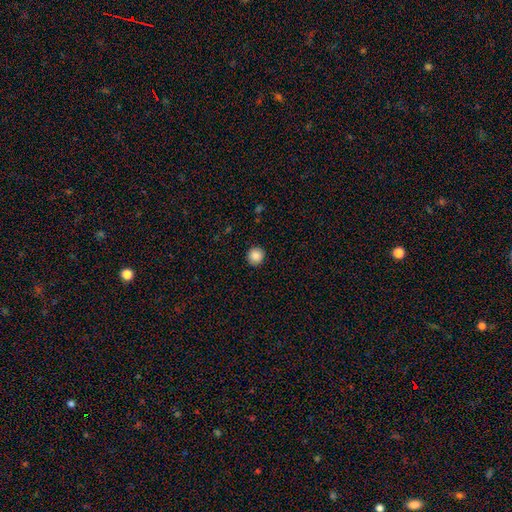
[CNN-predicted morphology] Smooth or featured? Predicted: smooth (p=0.87). How rounded? Predicted: round (p=0.94). Merging? Predicted: none (p=0.92).